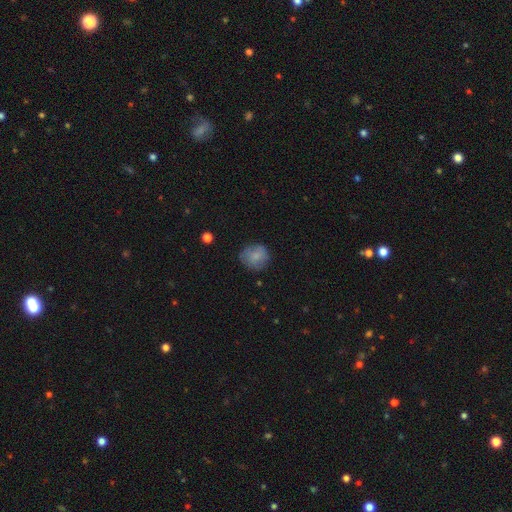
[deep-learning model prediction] smooth-or-featured: smooth: 79% | featured or disk: 13% | star or artifact: 8%
  how-rounded: round: 87% | in between: 12% | cigar-shaped: 1%
  merging: none: 75% | minor disturbance: 19% | major disturbance: 5% | merger: 1%